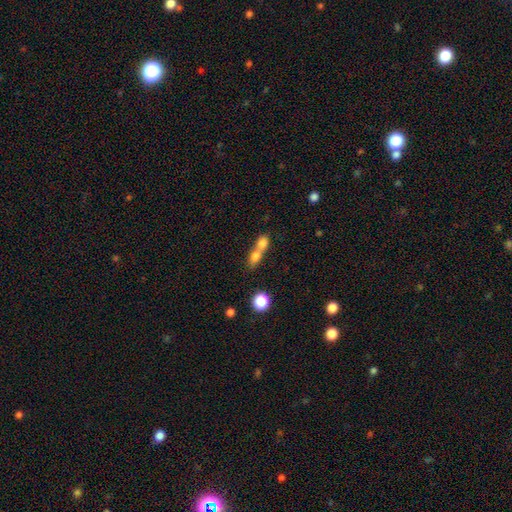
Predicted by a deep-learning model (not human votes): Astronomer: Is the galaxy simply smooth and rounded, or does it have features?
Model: smooth — 74%.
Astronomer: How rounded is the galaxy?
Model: in between — 57% (runner-up: round, 34%).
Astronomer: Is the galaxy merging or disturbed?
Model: merger — 73%.